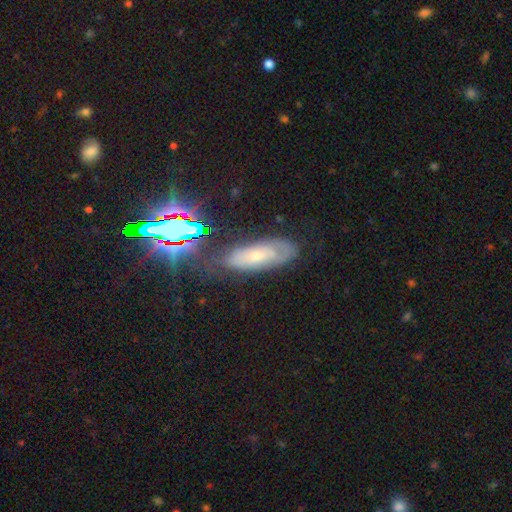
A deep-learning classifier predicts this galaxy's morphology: type=featured or disk (44%); merging=none (66%).